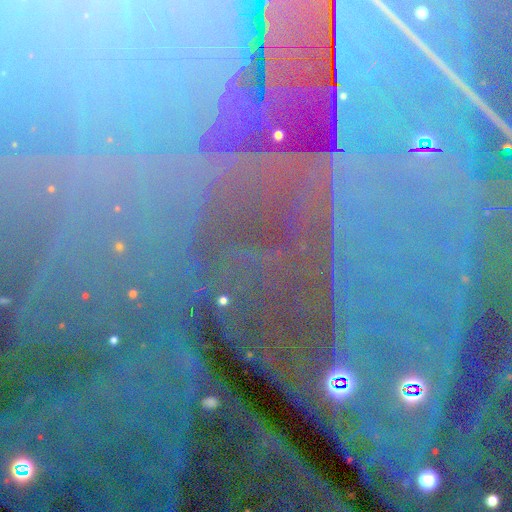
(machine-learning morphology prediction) The model was most divided on "smooth or featured": star or artifact: 85%, featured or disk: 8%, smooth: 7%.